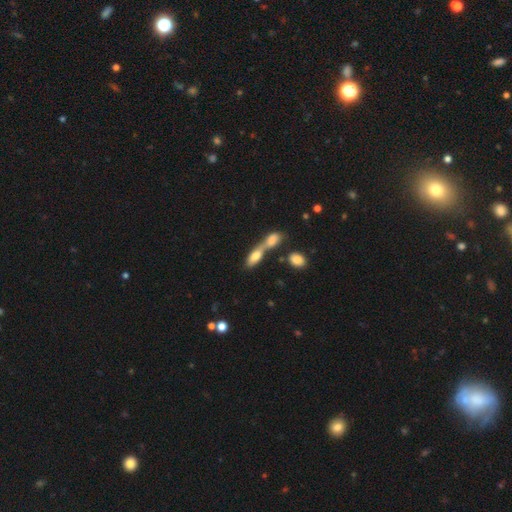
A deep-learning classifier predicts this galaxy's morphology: This is likely a smooth galaxy (73%). How rounded: likely in between (70%). Merging: likely merger (65%).